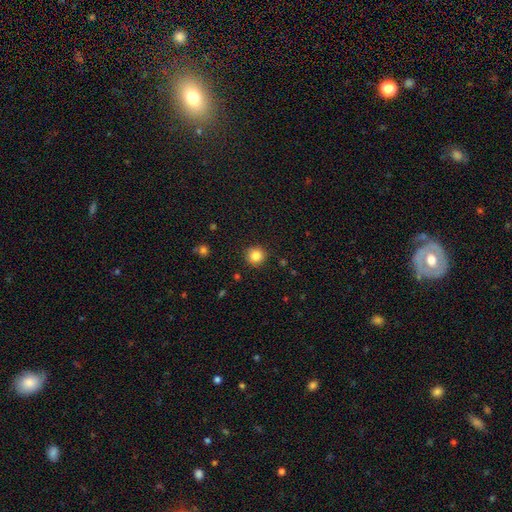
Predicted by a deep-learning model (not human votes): This appears to be a smooth galaxy with no disk features (84%) that is round (93%). Merging: none (90%).